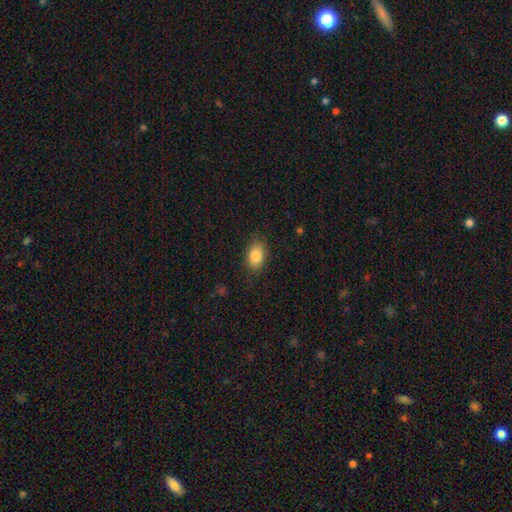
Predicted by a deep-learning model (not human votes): smooth-or-featured: smooth: 84% | star or artifact: 8% | featured or disk: 7%
  how-rounded: in between: 88% | round: 10% | cigar-shaped: 2%
  merging: none: 84% | minor disturbance: 12% | major disturbance: 3% | merger: 1%